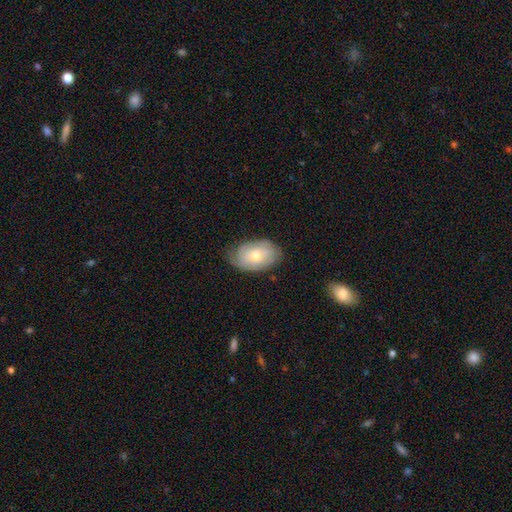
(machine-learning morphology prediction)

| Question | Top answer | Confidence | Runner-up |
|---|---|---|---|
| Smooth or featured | smooth | 48% | featured or disk (45%) |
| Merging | none | 72% | minor disturbance (22%) |